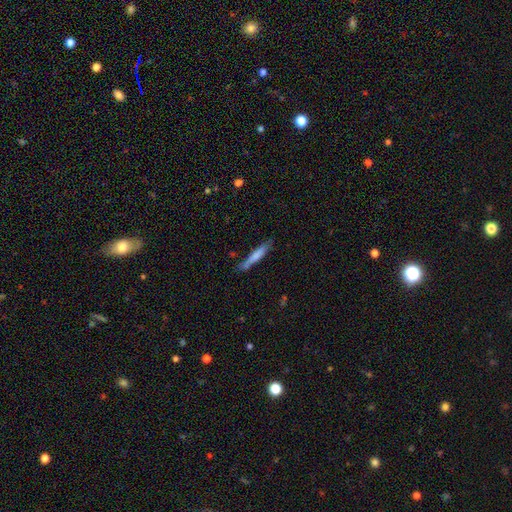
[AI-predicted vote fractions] smooth_or_featured: smooth (p=0.69) [alt: featured or disk p=0.25]
how_rounded: cigar-shaped (p=0.93) [alt: in between p=0.06]
merging: none (p=0.72) [alt: minor disturbance p=0.20]